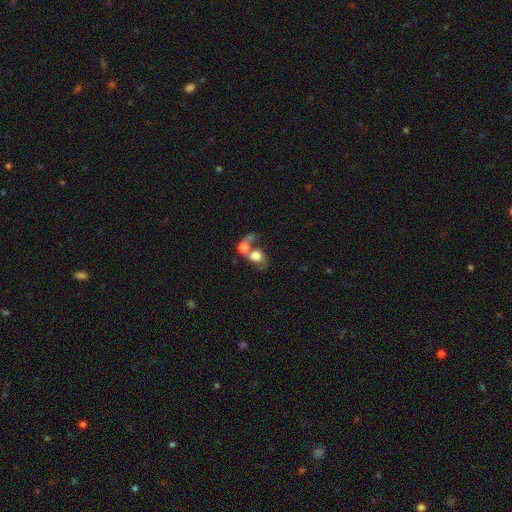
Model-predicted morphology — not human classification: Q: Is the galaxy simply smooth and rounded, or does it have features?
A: smooth — 62%.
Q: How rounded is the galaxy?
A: round — 54%.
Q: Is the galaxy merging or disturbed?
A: merger — 63%.